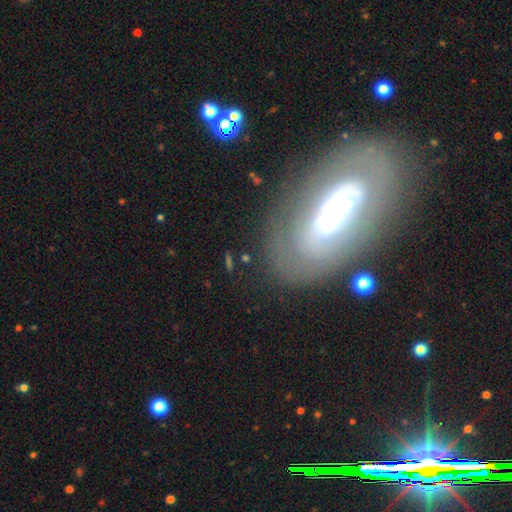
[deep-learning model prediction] featured or disk 67%, smooth 23%, star or artifact 10%. Down the decision tree: edge-on disk — no (89%); bar — no (64%); spiral arms — yes (51%); bulge size — moderate (34%); merging — none (73%).